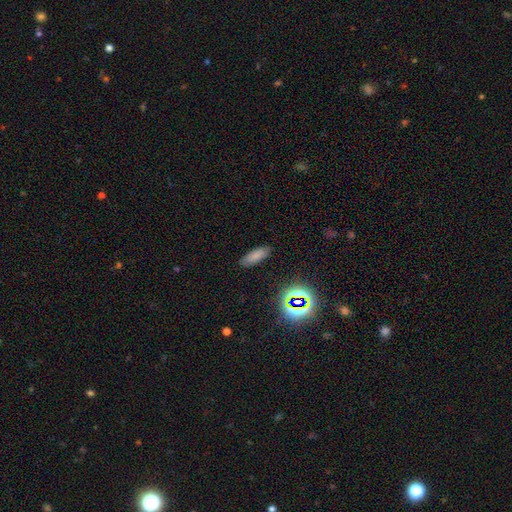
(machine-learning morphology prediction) This is likely a smooth galaxy (76%). How rounded: likely in between (62%). Merging: clearly none (86%).